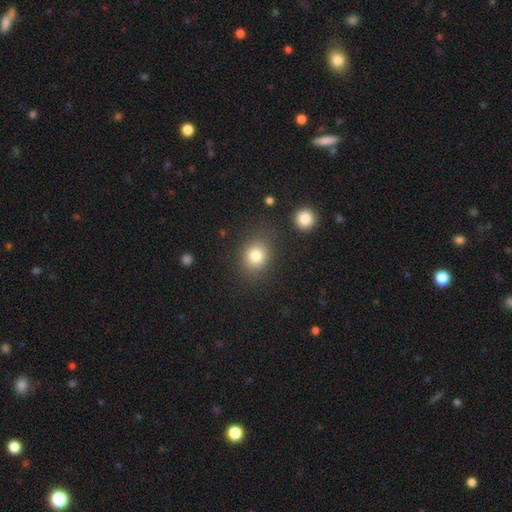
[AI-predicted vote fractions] Morphology: type=smooth (81%); roundness=round (65%); merging=none (81%).